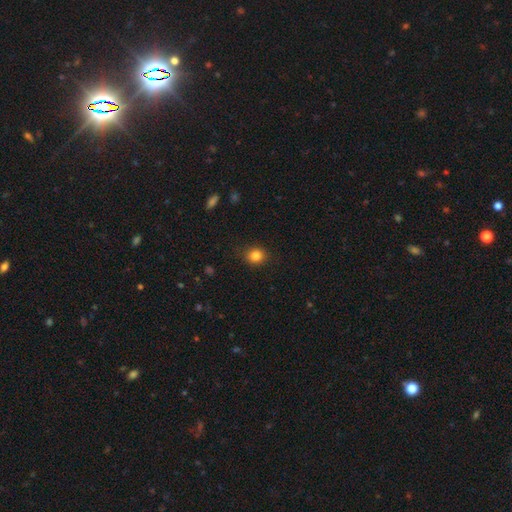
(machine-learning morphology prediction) Overall: smooth (84%). How rounded: round (72%). Merging: none (86%).